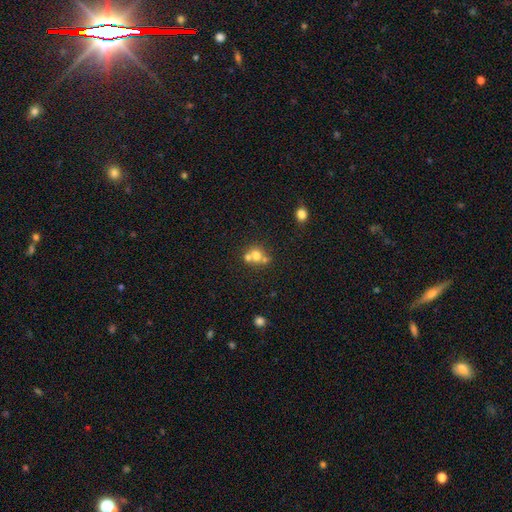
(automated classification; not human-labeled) A smooth galaxy with no disk features (67%) that is round (79%). Merging: merger (50%).